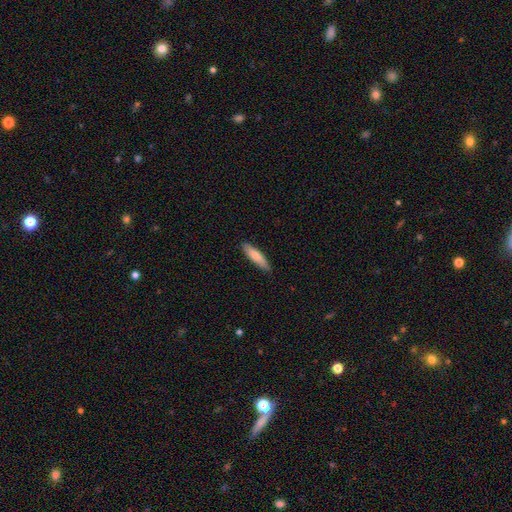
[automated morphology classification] smooth 77%, featured or disk 17%, star or artifact 5%. Down the decision tree: how rounded — cigar-shaped (71%); merging — none (87%).